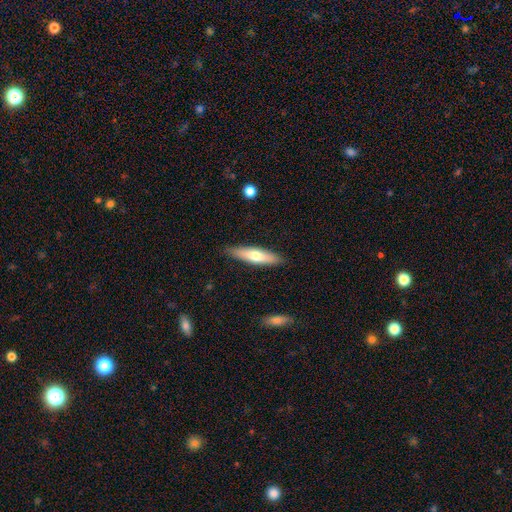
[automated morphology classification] Overall: smooth (62%; featured or disk 33%). How rounded: cigar-shaped (72%). Merging: none (87%).